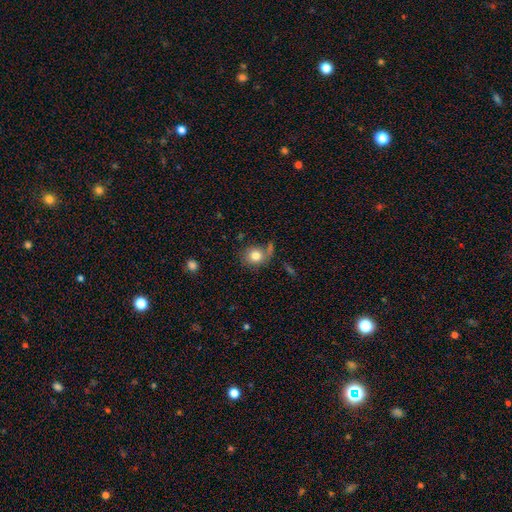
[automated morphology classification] Smooth or featured? smooth (80%)
How rounded? round (75%)
Merging? none (62%)